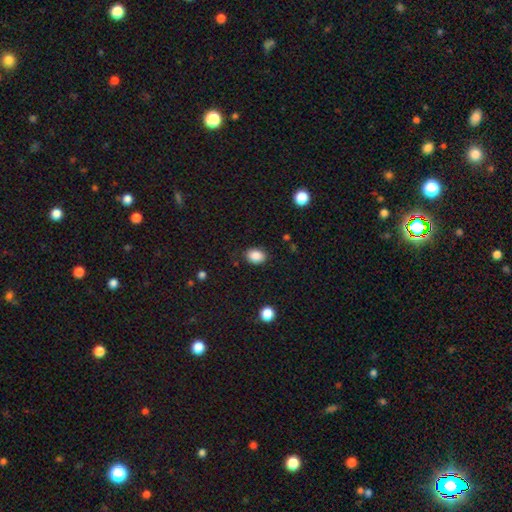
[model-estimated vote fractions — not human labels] Smooth or featured? smooth (87%)
How rounded? in between (71%)
Merging? none (85%)